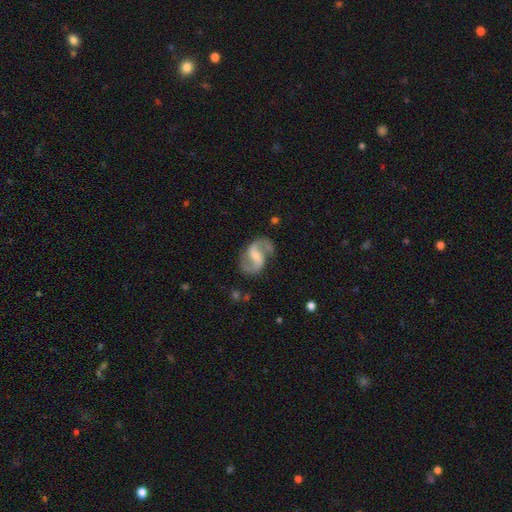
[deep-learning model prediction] smooth_or_featured: featured or disk (p=0.90) [alt: smooth p=0.06]
disk_edge_on: no (p=0.98) [alt: yes p=0.02]
bar: weak (p=0.51) [alt: strong p=0.32]
has_spiral_arms: yes (p=0.97) [alt: no p=0.03]
spiral_winding: medium (p=0.50) [alt: loose p=0.40]
spiral_arm_count: 2 (p=0.94) [alt: can't tell p=0.02]
bulge_size: small (p=0.41) [alt: moderate p=0.36]
merging: none (p=0.78) [alt: minor disturbance p=0.14]